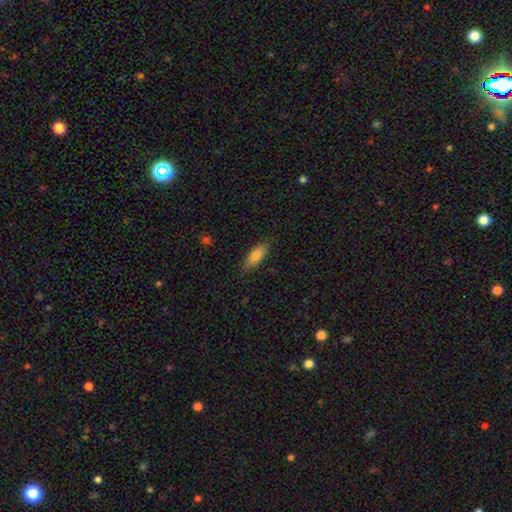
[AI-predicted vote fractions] A smooth galaxy with no disk features (83%) that is in between round and cigar-shaped (71%).

Vote fractions:
- Smooth or featured? smooth: 83% / featured or disk: 10% / star or artifact: 7%
- How rounded? in between: 71% / cigar-shaped: 27% / round: 2%
- Merging? none: 84% / minor disturbance: 13% / major disturbance: 3% / merger: 1%